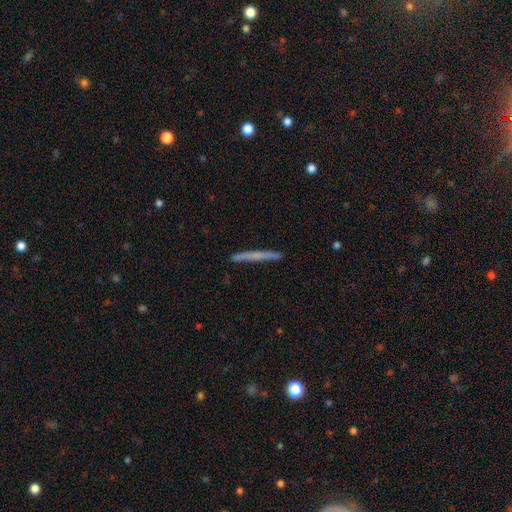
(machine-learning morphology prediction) type=smooth (49%); merging=none (89%).